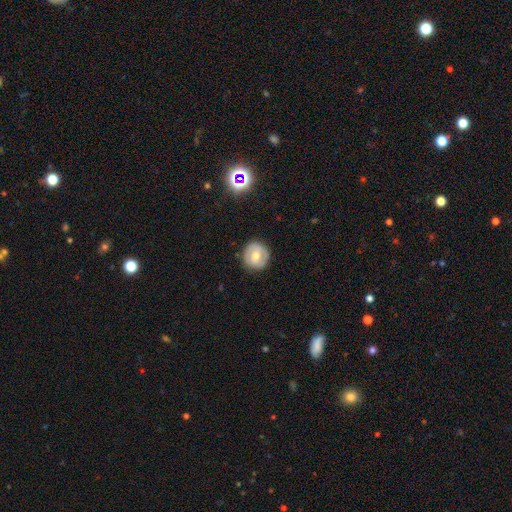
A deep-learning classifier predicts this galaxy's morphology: This appears to be a smooth galaxy with no disk features (49%). Merging: none (86%).